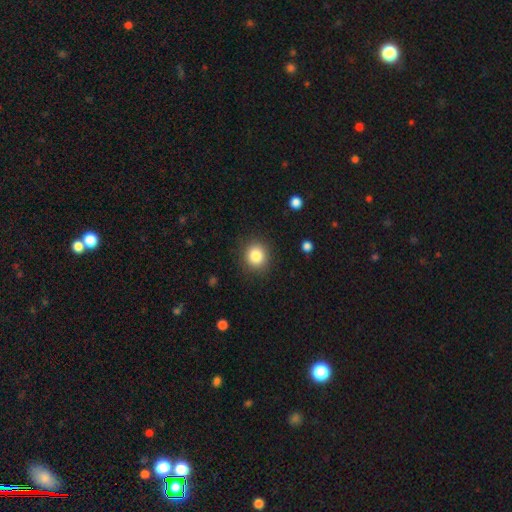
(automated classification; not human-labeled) Q: Smooth or featured?
A: smooth (84%); runner-up: star or artifact (10%)
Q: How rounded?
A: round (85%); runner-up: in between (14%)
Q: Merging?
A: none (88%); runner-up: minor disturbance (8%)